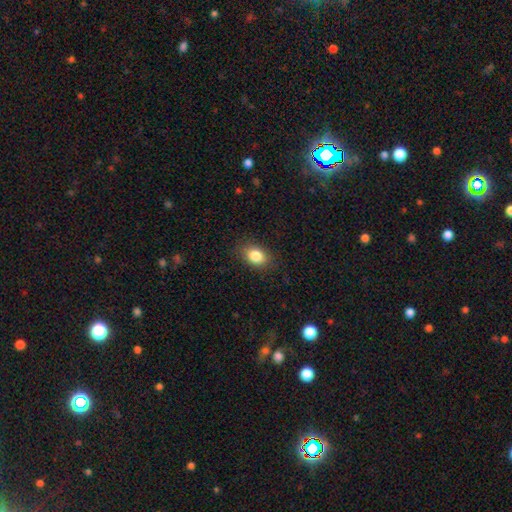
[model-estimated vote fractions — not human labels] The model was most divided on "how rounded": in between: 74%, round: 25%, cigar-shaped: 1%. More confident: merging — none (86%); smooth or featured — smooth (85%).